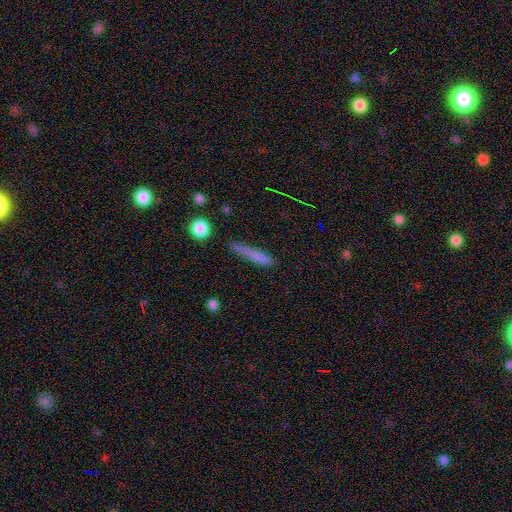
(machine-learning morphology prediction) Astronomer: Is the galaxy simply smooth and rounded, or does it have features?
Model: smooth — 72%.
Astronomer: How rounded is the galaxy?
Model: cigar-shaped — 92%.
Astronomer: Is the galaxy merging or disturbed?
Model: none — 73%.